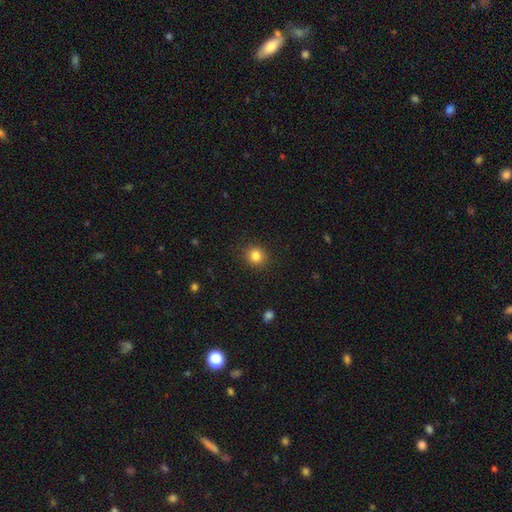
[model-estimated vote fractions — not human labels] Q: Smooth or featured?
A: smooth (84%); runner-up: star or artifact (11%)
Q: How rounded?
A: round (86%); runner-up: in between (13%)
Q: Merging?
A: none (90%); runner-up: minor disturbance (7%)